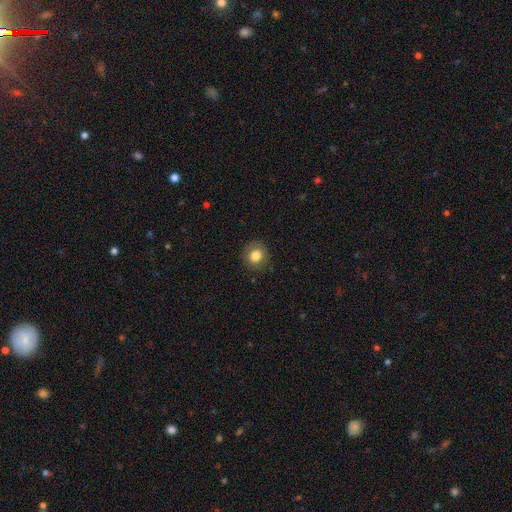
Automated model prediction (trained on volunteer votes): smooth-or-featured: smooth: 81% | star or artifact: 10% | featured or disk: 9%
  how-rounded: round: 83% | in between: 16% | cigar-shaped: 1%
  merging: none: 86% | minor disturbance: 10% | major disturbance: 3% | merger: 1%